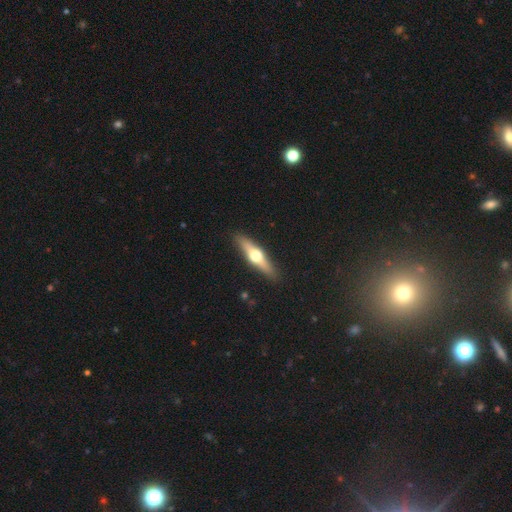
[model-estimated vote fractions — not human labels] The model was most divided on "smooth or featured": featured or disk: 62%, smooth: 33%, star or artifact: 5%. More confident: edge-on bulge — rounded (96%); edge-on disk — yes (95%); merging — none (90%).